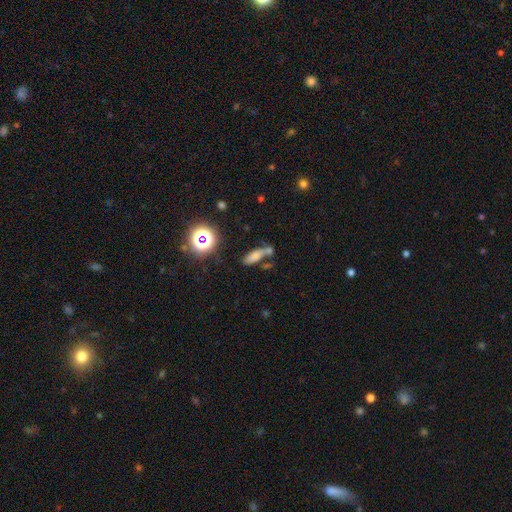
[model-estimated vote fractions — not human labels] Smooth or featured?
  - smooth: 65% *
  - star or artifact: 20%
  - featured or disk: 15%
How rounded?
  - in between: 54% *
  - cigar-shaped: 38%
  - round: 8%
Merging?
  - none: 48% *
  - merger: 29%
  - minor disturbance: 16%
  - major disturbance: 8%